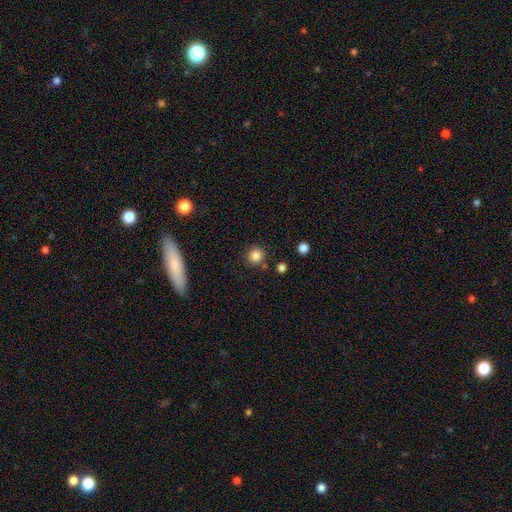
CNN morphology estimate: type=smooth (85%); roundness=round (92%); merging=none (82%).